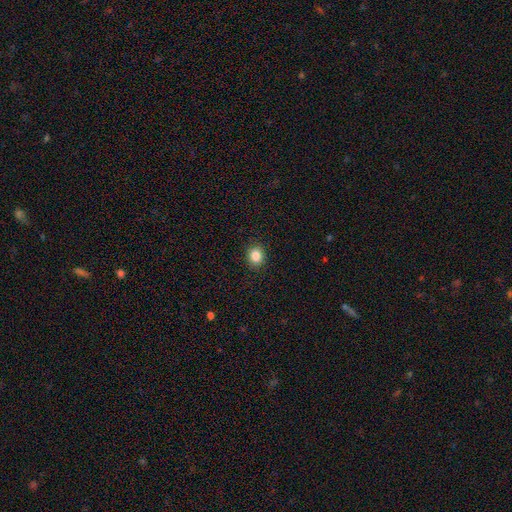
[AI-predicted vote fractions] A smooth galaxy with no disk features (85%) that is round (72%).

Vote fractions:
- Smooth or featured? smooth: 85% / star or artifact: 10% / featured or disk: 5%
- How rounded? round: 72% / in between: 27% / cigar-shaped: 1%
- Merging? none: 91% / minor disturbance: 6% / major disturbance: 2% / merger: 1%